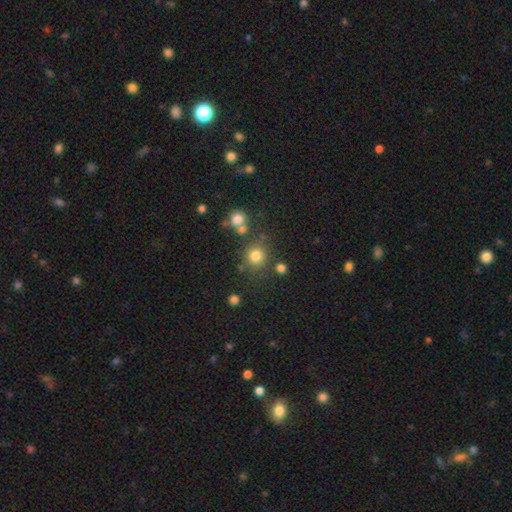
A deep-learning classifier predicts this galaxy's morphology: Smooth or featured? Predicted: smooth (p=0.78). How rounded? Predicted: round (p=0.89). Merging? Predicted: none (p=0.75).